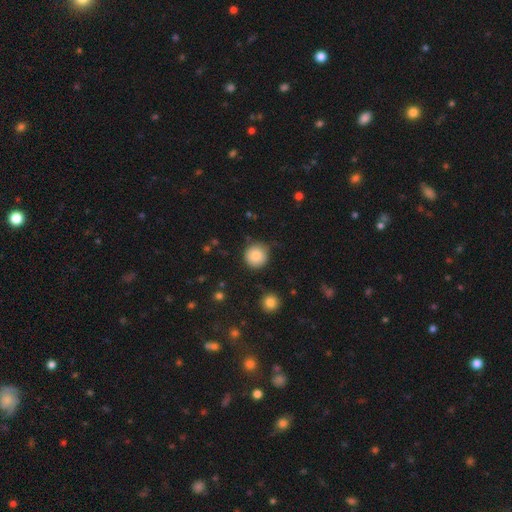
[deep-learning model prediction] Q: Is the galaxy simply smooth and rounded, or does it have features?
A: smooth — 86%.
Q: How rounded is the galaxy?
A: round — 95%.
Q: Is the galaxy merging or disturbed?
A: none — 84%.